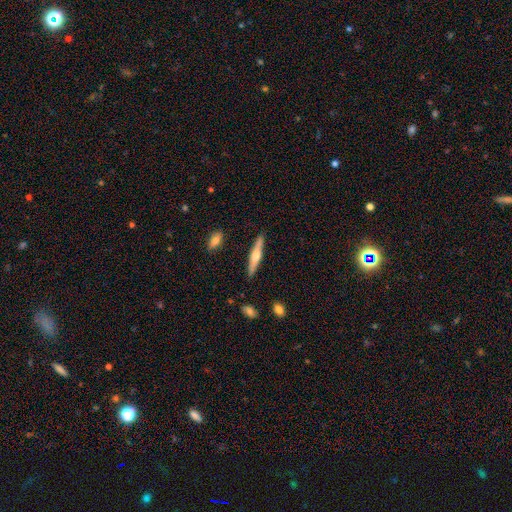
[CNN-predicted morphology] The model was most divided on "smooth or featured": featured or disk: 59%, smooth: 35%, star or artifact: 5%. More confident: edge-on disk — yes (97%); merging — none (89%); edge-on bulge — rounded (85%).